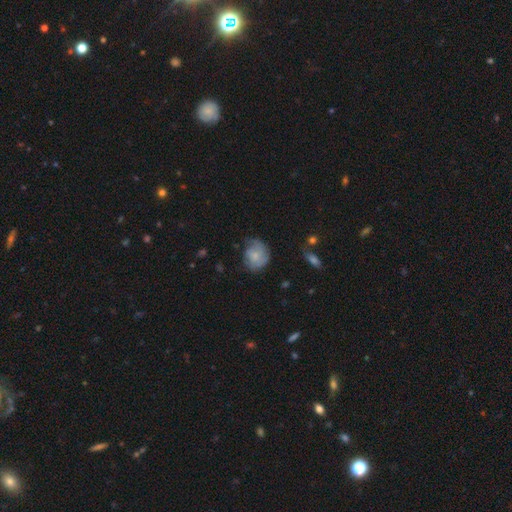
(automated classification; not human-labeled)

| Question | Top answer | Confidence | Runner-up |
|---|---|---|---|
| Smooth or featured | smooth | 61% | featured or disk (31%) |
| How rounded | round | 63% | in between (36%) |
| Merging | none | 51% | minor disturbance (32%) |